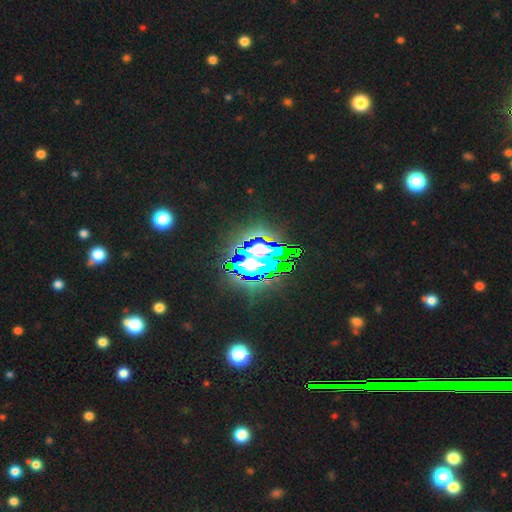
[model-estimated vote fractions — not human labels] smooth-or-featured: star or artifact: 65% | smooth: 19% | featured or disk: 16%